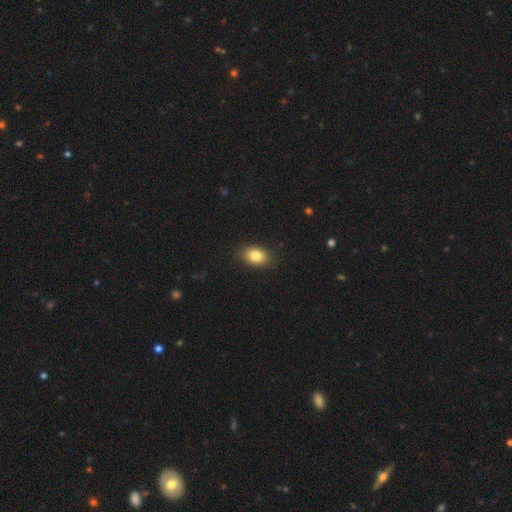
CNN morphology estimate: A smooth galaxy with no disk features (85%) that is in between round and cigar-shaped (83%). Merging: none (88%).